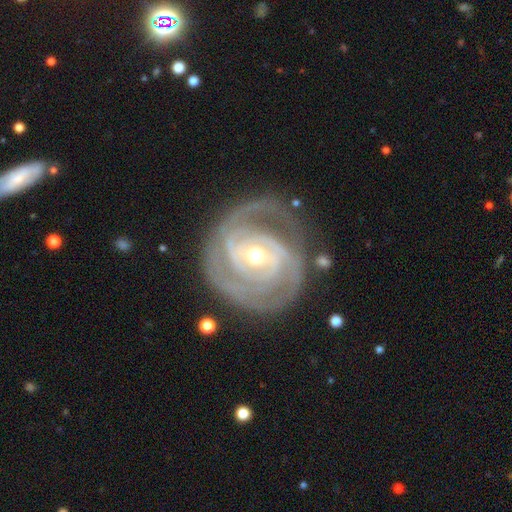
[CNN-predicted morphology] The model was most divided on "bar": no: 41%, weak: 39%, strong: 20%. Remaining: edge-on disk — no (97%); spiral arms — yes (96%); smooth or featured — featured or disk (90%); merging — none (73%); spiral winding — tight (73%); bulge size — moderate (52%); spiral arm count — 2 (36%).